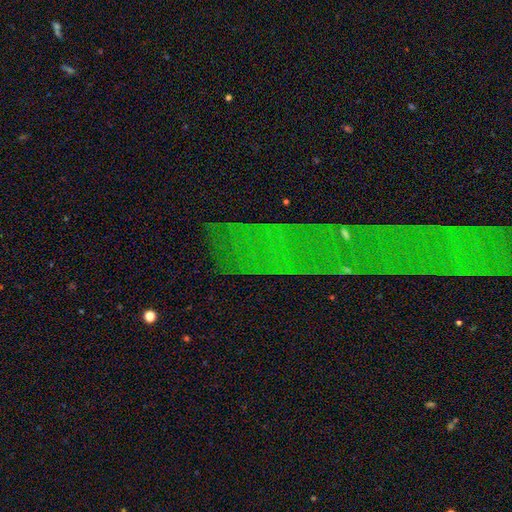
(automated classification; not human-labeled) smooth-or-featured: star or artifact: 71% | featured or disk: 16% | smooth: 13%